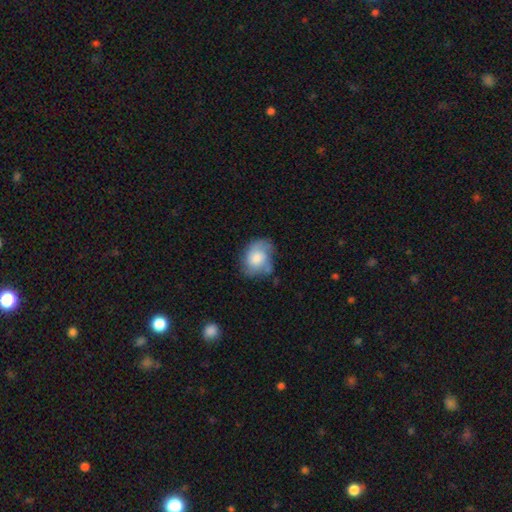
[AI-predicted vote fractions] smooth-or-featured: smooth: 52% | featured or disk: 41% | star or artifact: 8%
  how-rounded: in between: 60% | round: 39% | cigar-shaped: 1%
  merging: none: 55% | minor disturbance: 29% | major disturbance: 12% | merger: 3%